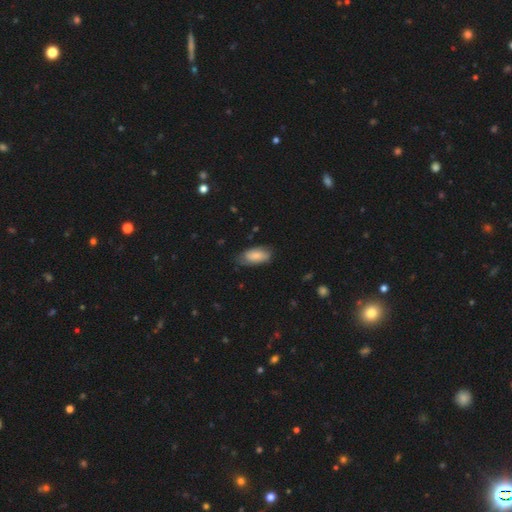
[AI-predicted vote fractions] A smooth galaxy with no disk features (78%) that is in between round and cigar-shaped (91%).

Vote fractions:
- Smooth or featured? smooth: 78% / featured or disk: 16% / star or artifact: 6%
- How rounded? in between: 91% / cigar-shaped: 6% / round: 3%
- Merging? none: 68% / minor disturbance: 26% / major disturbance: 5% / merger: 1%